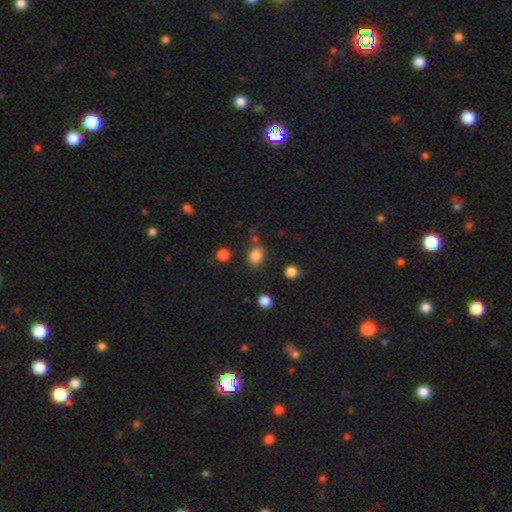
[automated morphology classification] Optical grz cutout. It shows a smooth galaxy with no disk features (82%) that is round (54%). Merging: none (72%).